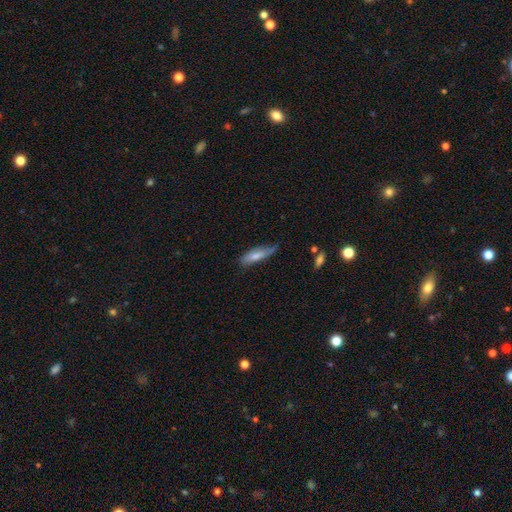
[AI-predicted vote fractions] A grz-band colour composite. It shows a smooth galaxy with no disk features (61%) that is cigar-shaped (60%). Merging: none (58%).